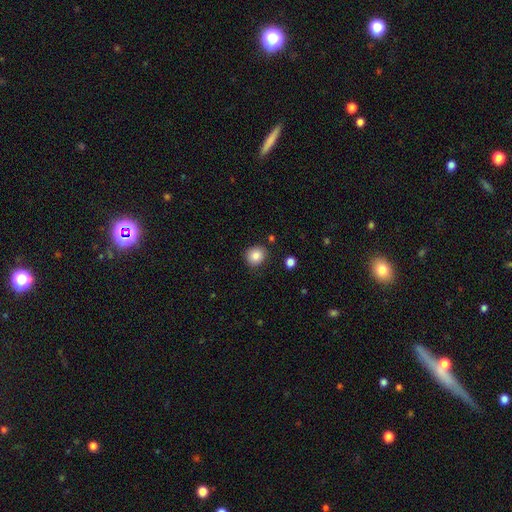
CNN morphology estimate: smooth_or_featured: smooth (p=0.85) [alt: star or artifact p=0.09]
how_rounded: round (p=0.82) [alt: in between p=0.18]
merging: none (p=0.86) [alt: minor disturbance p=0.09]